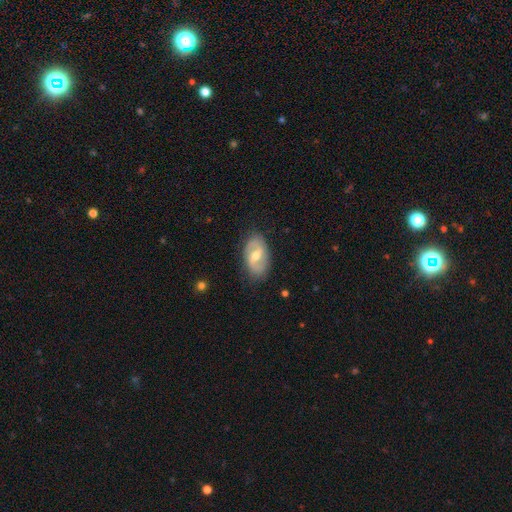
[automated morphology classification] Overall: featured or disk (65%; smooth 29%). Edge-on disk: no (94%). Bar: weak (50%; no 27%). Spiral arms: yes (74%). Bulge size: moderate (70%). Merging: none (82%).